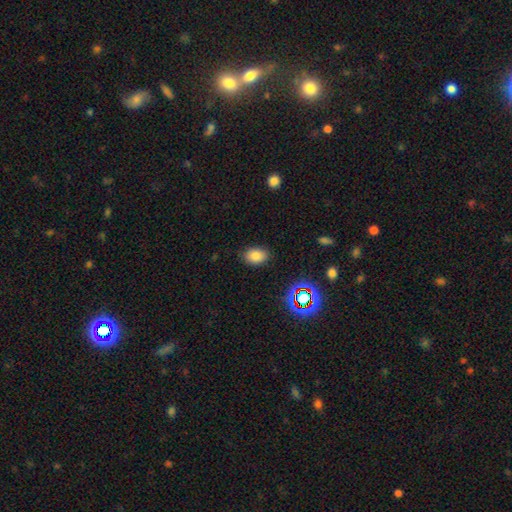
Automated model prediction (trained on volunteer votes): A smooth galaxy with no disk features (81%) that is in between round and cigar-shaped (79%).

Vote fractions:
- Smooth or featured? smooth: 81% / star or artifact: 13% / featured or disk: 6%
- How rounded? in between: 79% / round: 20% / cigar-shaped: 1%
- Merging? none: 86% / minor disturbance: 10% / major disturbance: 3% / merger: 1%